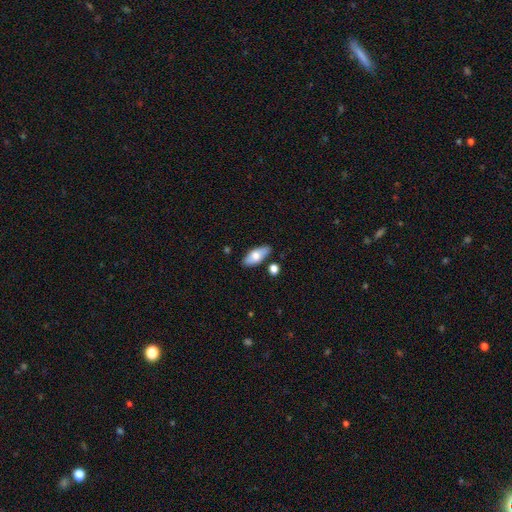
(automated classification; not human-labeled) A smooth galaxy with no disk features (73%) that is in between round and cigar-shaped (84%).

Vote fractions:
- Smooth or featured? smooth: 73% / featured or disk: 21% / star or artifact: 6%
- How rounded? in between: 84% / cigar-shaped: 13% / round: 3%
- Merging? none: 82% / minor disturbance: 11% / merger: 5% / major disturbance: 2%